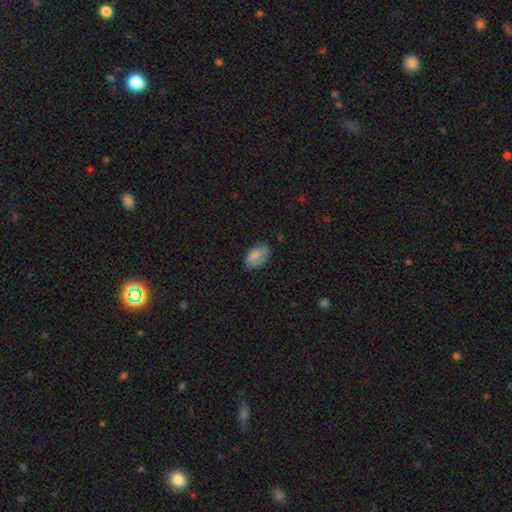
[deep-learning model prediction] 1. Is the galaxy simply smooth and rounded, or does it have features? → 78% smooth, 15% featured or disk, 8% star or artifact.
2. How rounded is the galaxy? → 90% in between, 8% round, 2% cigar-shaped.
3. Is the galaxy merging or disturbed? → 60% none, 31% minor disturbance, 7% major disturbance, 1% merger.